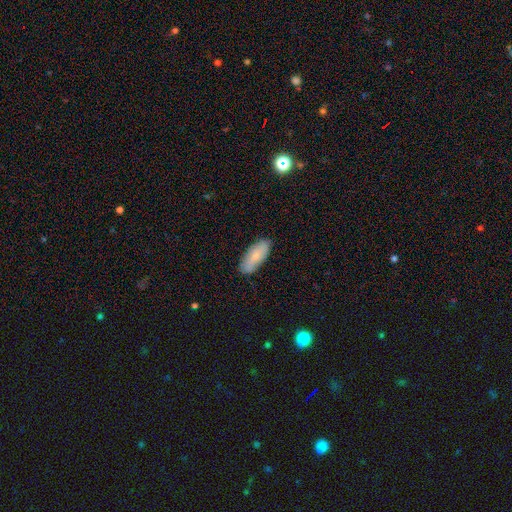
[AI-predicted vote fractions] smooth_or_featured: smooth (p=0.76) [alt: featured or disk p=0.18]
how_rounded: in between (p=0.78) [alt: cigar-shaped p=0.20]
merging: none (p=0.84) [alt: minor disturbance p=0.13]